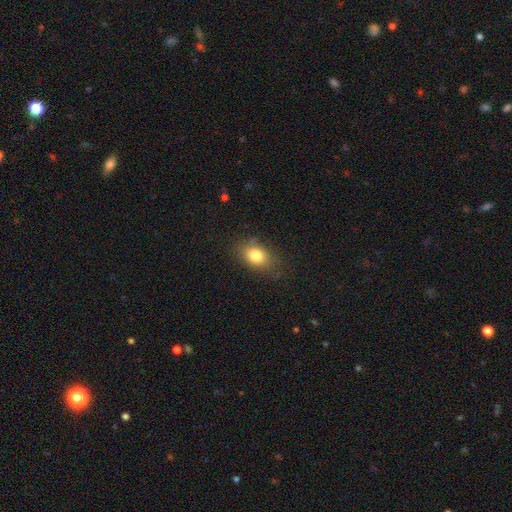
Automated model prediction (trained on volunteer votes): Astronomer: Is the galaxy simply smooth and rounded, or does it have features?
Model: smooth — 79%.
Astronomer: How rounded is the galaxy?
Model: in between — 73%.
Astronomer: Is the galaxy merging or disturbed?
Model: none — 74%.